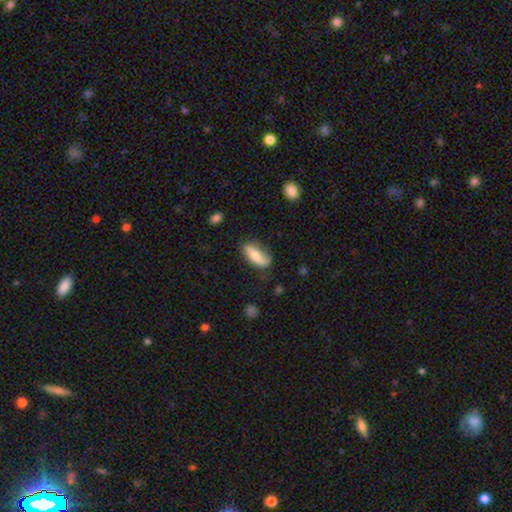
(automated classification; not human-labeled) smooth_or_featured: smooth (p=0.61) [alt: featured or disk p=0.32]
how_rounded: in between (p=0.72) [alt: cigar-shaped p=0.25]
merging: none (p=0.67) [alt: minor disturbance p=0.24]